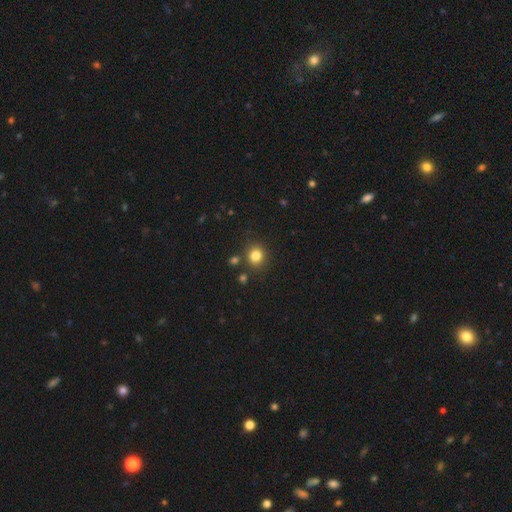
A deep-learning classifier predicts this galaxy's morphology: Smooth or featured?
  - smooth: 82% *
  - star or artifact: 13%
  - featured or disk: 6%
How rounded?
  - round: 80% *
  - in between: 19%
  - cigar-shaped: 1%
Merging?
  - none: 83% *
  - minor disturbance: 9%
  - merger: 5%
  - major disturbance: 3%